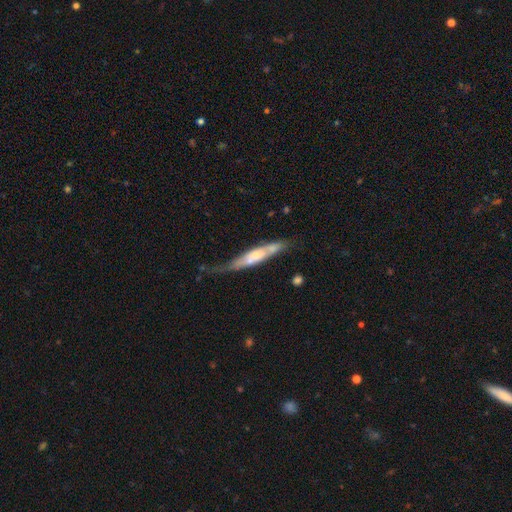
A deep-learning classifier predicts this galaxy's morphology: featured or disk 51%, smooth 43%, star or artifact 5%. Down the decision tree: edge-on disk — yes (72%); merging — none (45%).